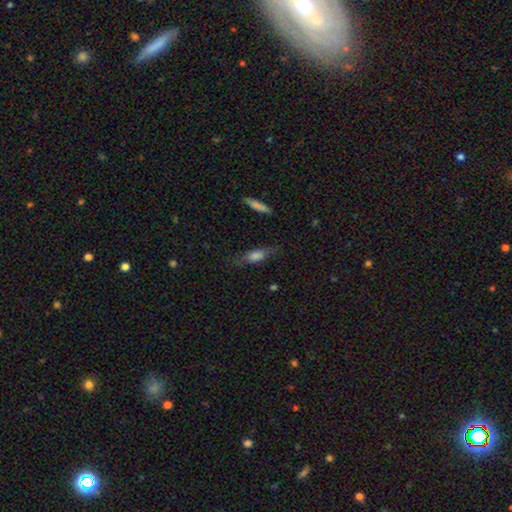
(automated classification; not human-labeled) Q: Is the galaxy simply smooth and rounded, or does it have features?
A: smooth — 64%.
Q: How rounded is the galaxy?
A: cigar-shaped — 51%.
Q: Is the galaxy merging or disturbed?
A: none — 73%.